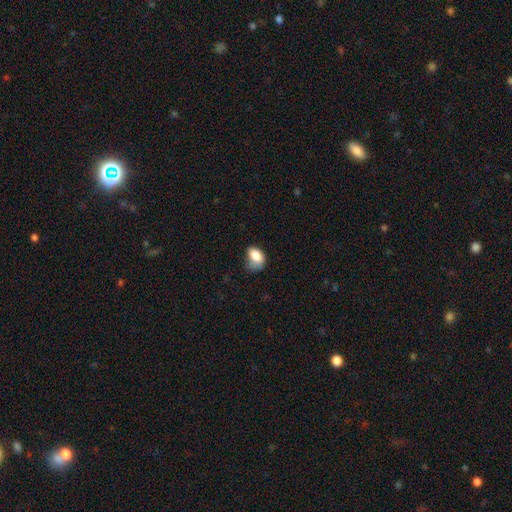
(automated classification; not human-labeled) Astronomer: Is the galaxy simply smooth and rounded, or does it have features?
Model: smooth — 82%.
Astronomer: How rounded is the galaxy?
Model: in between — 80%.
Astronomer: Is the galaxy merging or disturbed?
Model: minor disturbance — 41% (runner-up: none, 33%).